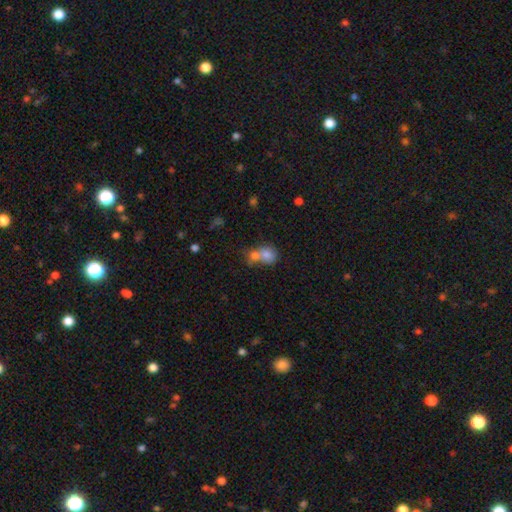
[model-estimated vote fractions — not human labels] Morphology: type=smooth (74%); roundness=round (58%); merging=merger (67%).